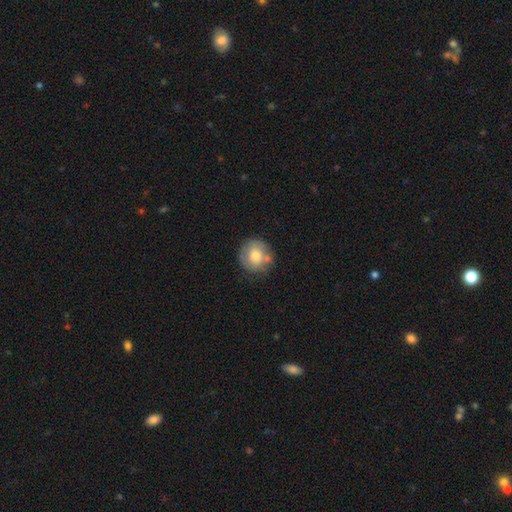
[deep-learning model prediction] The model was most divided on "smooth or featured": smooth: 70%, featured or disk: 23%, star or artifact: 8%. More confident: how rounded — round (89%); merging — none (68%).